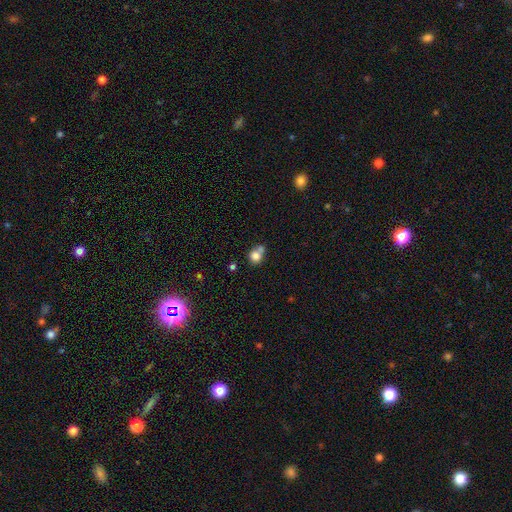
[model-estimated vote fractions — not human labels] smooth_or_featured: smooth (p=0.79) [alt: star or artifact p=0.11]
how_rounded: round (p=0.80) [alt: in between p=0.19]
merging: none (p=0.43) [alt: merger p=0.42]